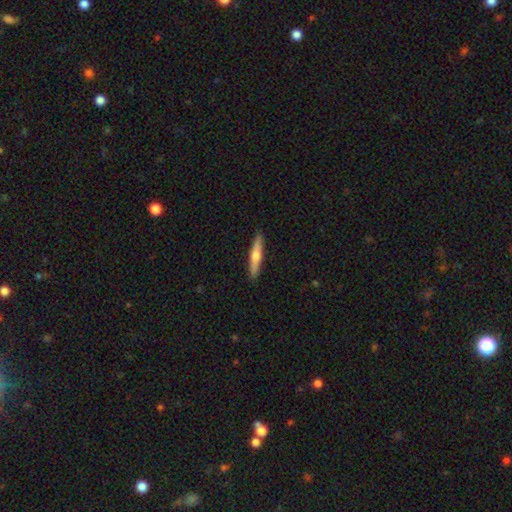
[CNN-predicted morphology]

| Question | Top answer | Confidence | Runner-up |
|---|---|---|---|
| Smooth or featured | smooth | 51% | featured or disk (44%) |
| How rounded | cigar-shaped | 90% | in between (8%) |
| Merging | none | 91% | minor disturbance (7%) |